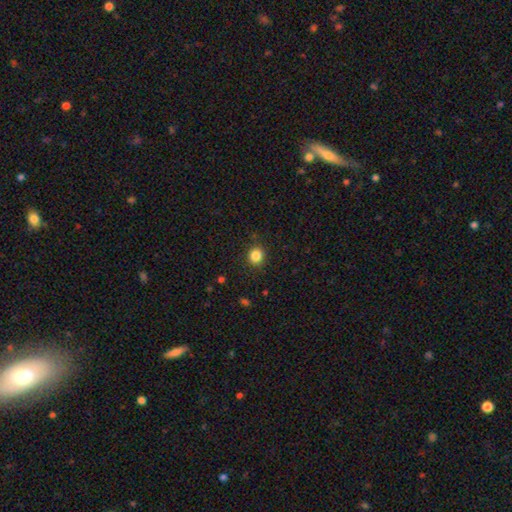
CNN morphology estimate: smooth 85%, star or artifact 11%, featured or disk 4%. Down the decision tree: how rounded — round (85%); merging — none (89%).